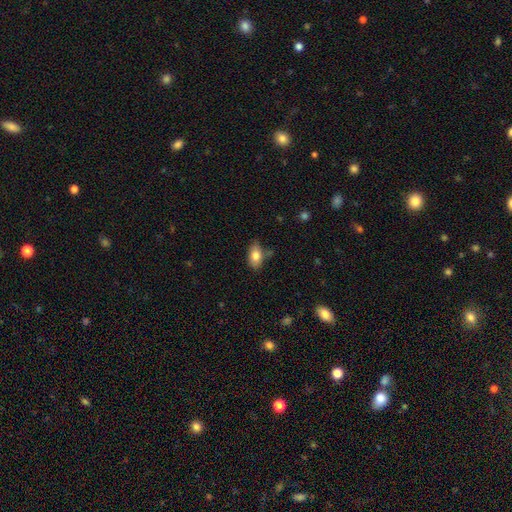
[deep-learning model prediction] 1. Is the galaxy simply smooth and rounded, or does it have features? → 80% smooth, 12% featured or disk, 8% star or artifact.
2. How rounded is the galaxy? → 90% in between, 8% round, 3% cigar-shaped.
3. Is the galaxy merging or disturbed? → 71% none, 20% minor disturbance, 5% merger, 4% major disturbance.